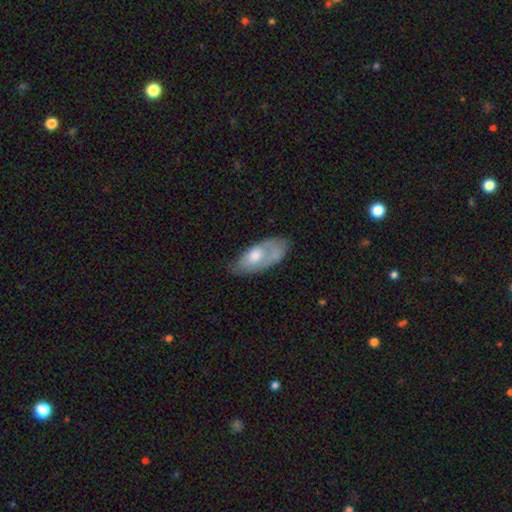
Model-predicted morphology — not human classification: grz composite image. It shows a smooth galaxy with no disk features (55%) that is in between round and cigar-shaped (88%). Merging: none (48%).